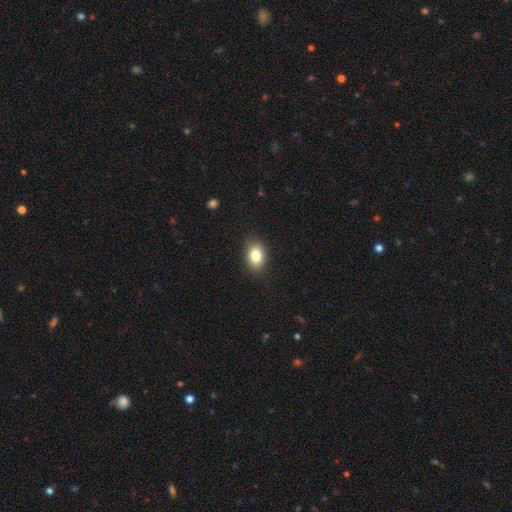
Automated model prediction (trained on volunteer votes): smooth_or_featured: smooth (p=0.84) [alt: star or artifact p=0.09]
how_rounded: in between (p=0.80) [alt: round p=0.19]
merging: none (p=0.87) [alt: minor disturbance p=0.10]